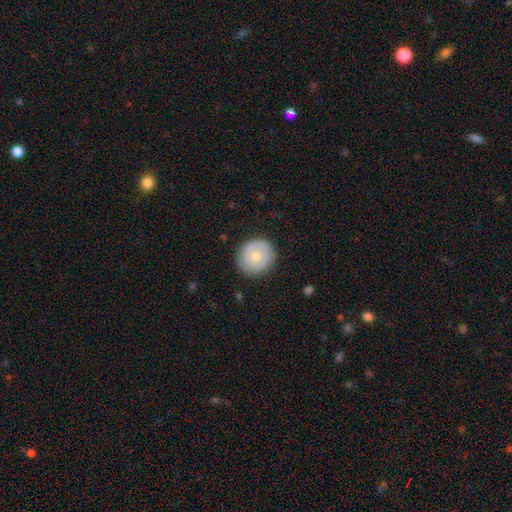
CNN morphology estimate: The model was most divided on "smooth or featured": smooth: 65%, featured or disk: 28%, star or artifact: 6%. More confident: how rounded — round (88%); merging — none (86%).